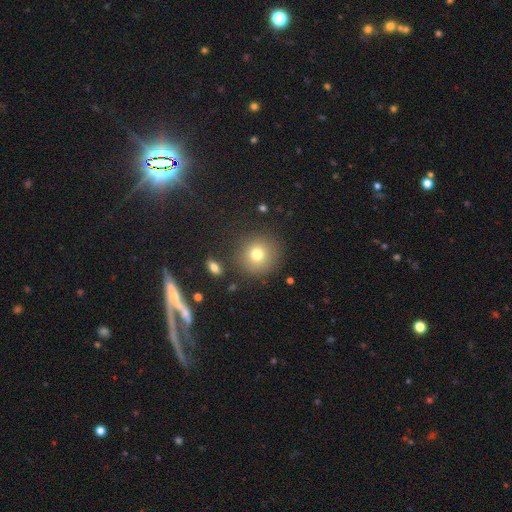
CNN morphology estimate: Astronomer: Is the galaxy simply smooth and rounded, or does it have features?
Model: smooth — 50% (runner-up: star or artifact, 31%).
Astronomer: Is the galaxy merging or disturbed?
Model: none — 84%.